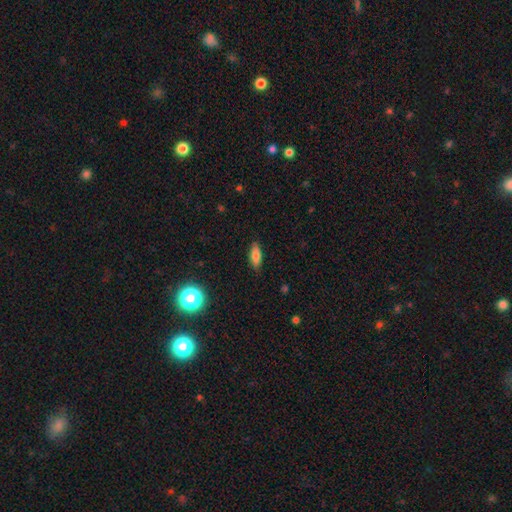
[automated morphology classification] This appears to be a smooth galaxy with no disk features (77%) that is in between round and cigar-shaped (67%). Merging: none (86%).